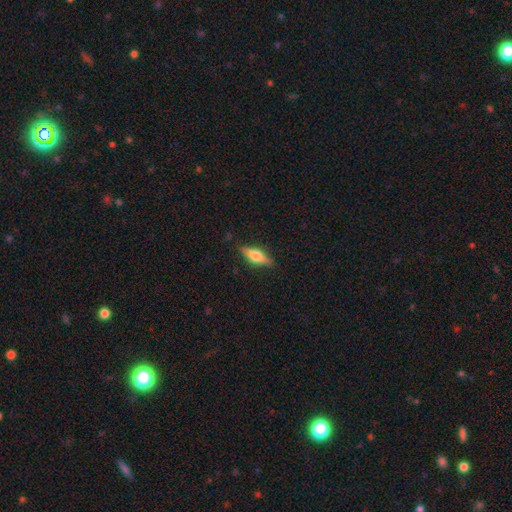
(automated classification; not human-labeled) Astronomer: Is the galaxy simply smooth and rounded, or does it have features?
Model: smooth — 48% (runner-up: featured or disk, 45%).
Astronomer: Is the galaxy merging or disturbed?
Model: none — 85%.